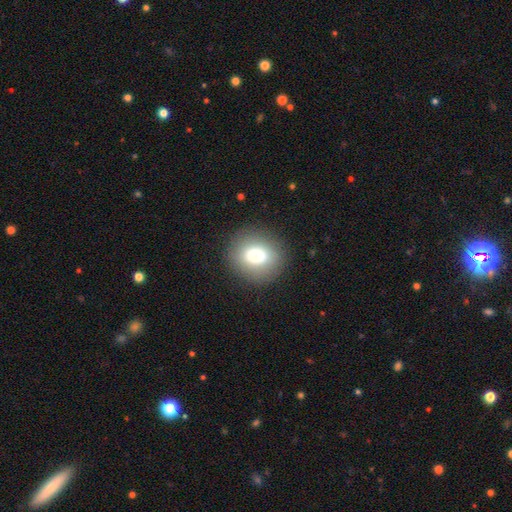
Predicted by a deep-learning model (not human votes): smooth_or_featured: smooth (p=0.74) [alt: featured or disk p=0.15]
how_rounded: round (p=0.78) [alt: in between p=0.21]
merging: none (p=0.87) [alt: minor disturbance p=0.08]